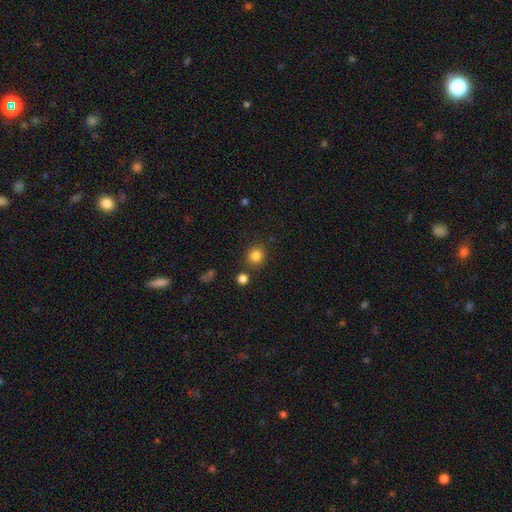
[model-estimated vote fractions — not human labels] smooth-or-featured: smooth: 83% | star or artifact: 12% | featured or disk: 5%
  how-rounded: round: 88% | in between: 11% | cigar-shaped: 1%
  merging: none: 83% | minor disturbance: 8% | merger: 6% | major disturbance: 3%